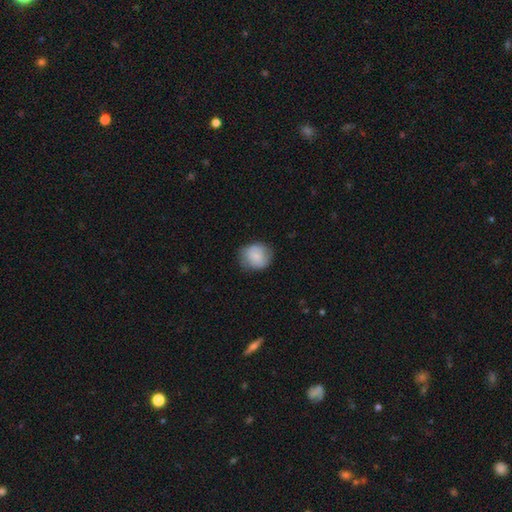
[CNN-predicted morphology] The model was most divided on "merging": none: 70%, minor disturbance: 22%, major disturbance: 7%, merger: 1%. More confident: how rounded — round (78%); smooth or featured — smooth (74%).